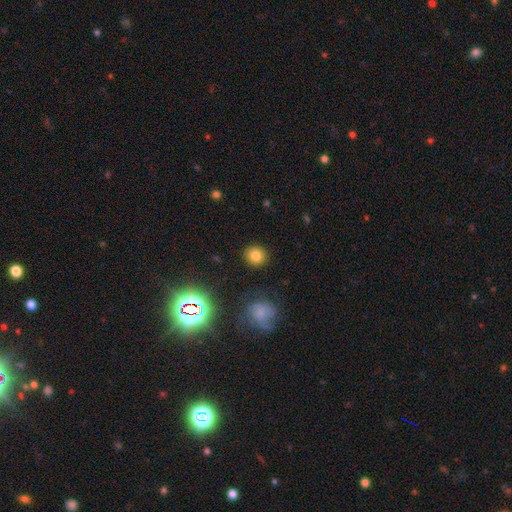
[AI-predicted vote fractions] Smooth or featured? Predicted: smooth (p=0.78). How rounded? Predicted: round (p=0.85). Merging? Predicted: none (p=0.89).